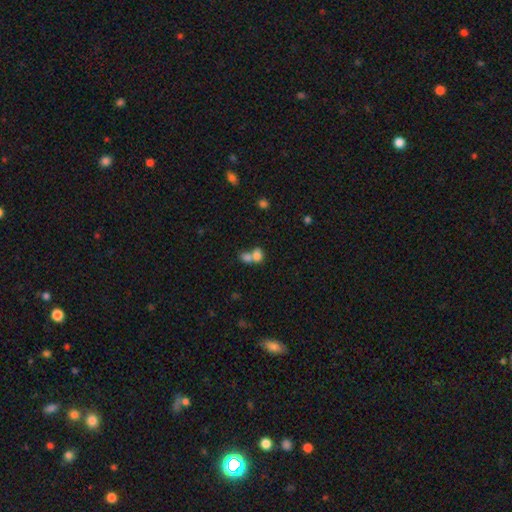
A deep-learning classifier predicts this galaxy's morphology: This is likely a smooth galaxy (78%). How rounded: likely in between (61%). Merging: likely merger (65%).